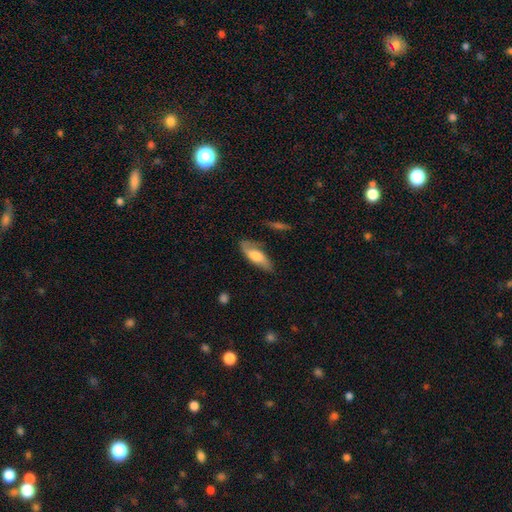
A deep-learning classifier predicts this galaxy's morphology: Smooth or featured? Predicted: smooth (p=0.53). How rounded? Predicted: in between (p=0.68). Merging? Predicted: none (p=0.63).